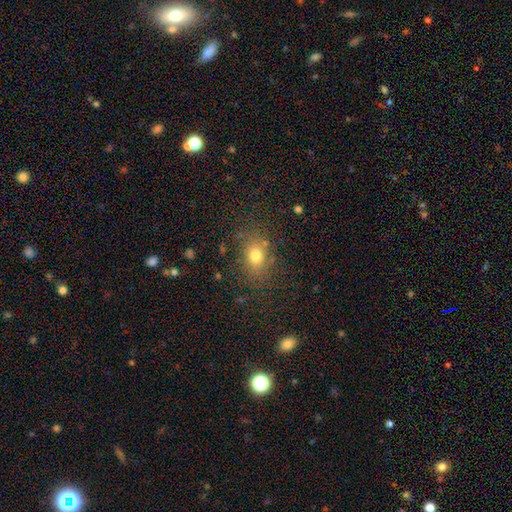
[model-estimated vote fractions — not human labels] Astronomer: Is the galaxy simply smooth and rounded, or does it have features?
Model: smooth — 75%.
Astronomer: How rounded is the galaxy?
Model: in between — 61% (runner-up: round, 38%).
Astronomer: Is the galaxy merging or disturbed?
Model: none — 78%.